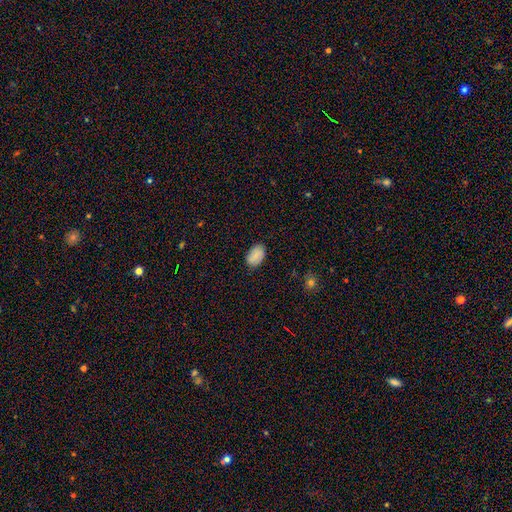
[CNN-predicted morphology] Q: Smooth or featured?
A: smooth (84%); runner-up: featured or disk (8%)
Q: How rounded?
A: in between (89%); runner-up: round (9%)
Q: Merging?
A: none (85%); runner-up: minor disturbance (12%)